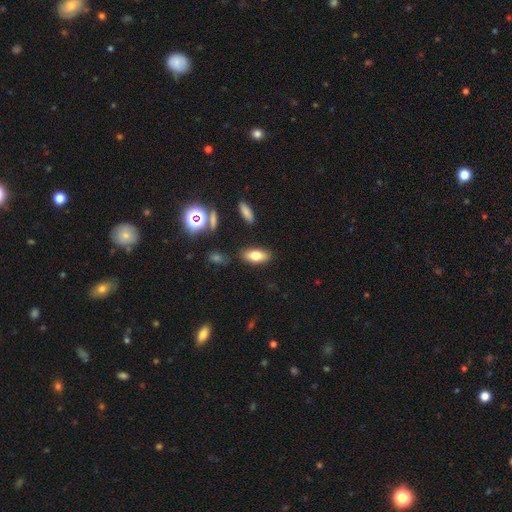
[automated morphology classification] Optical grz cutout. It shows a smooth galaxy with no disk features (74%) that is in between round and cigar-shaped (83%). Merging: none (85%).